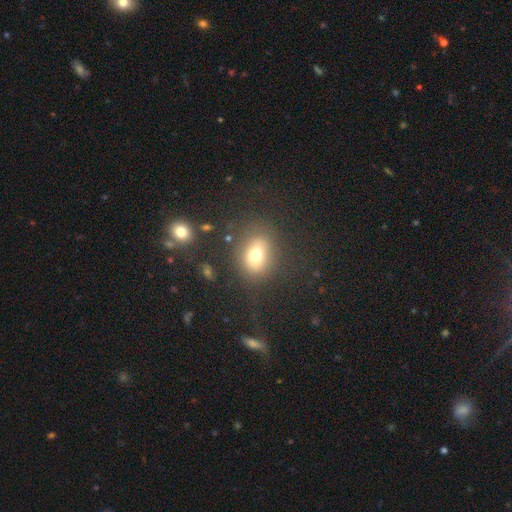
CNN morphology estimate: smooth_or_featured: smooth (p=0.72) [alt: featured or disk p=0.14]
how_rounded: in between (p=0.51) [alt: round p=0.47]
merging: none (p=0.74) [alt: minor disturbance p=0.14]